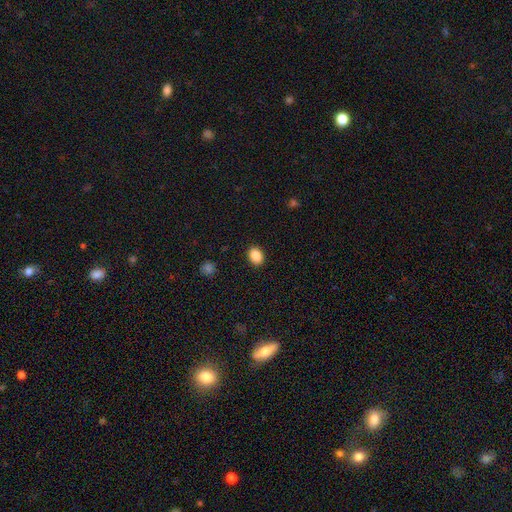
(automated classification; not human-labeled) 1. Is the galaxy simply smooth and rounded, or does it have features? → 87% smooth, 8% star or artifact, 4% featured or disk.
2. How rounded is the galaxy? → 65% in between, 35% round, 1% cigar-shaped.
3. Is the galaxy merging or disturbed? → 91% none, 7% minor disturbance, 2% major disturbance, 1% merger.